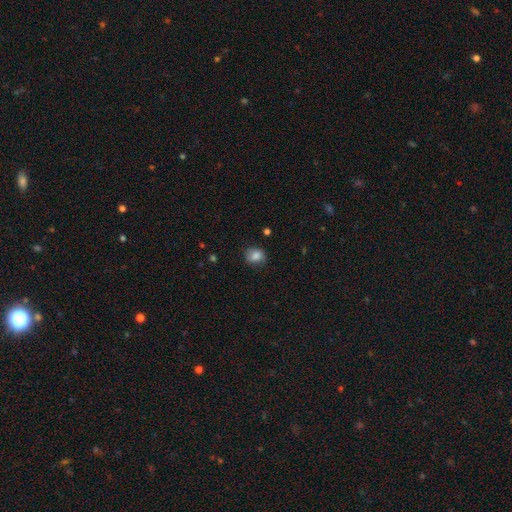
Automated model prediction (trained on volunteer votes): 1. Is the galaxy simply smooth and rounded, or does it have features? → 82% smooth, 9% star or artifact, 9% featured or disk.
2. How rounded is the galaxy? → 59% round, 40% in between, 1% cigar-shaped.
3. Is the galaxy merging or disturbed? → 73% none, 21% minor disturbance, 5% major disturbance, 1% merger.